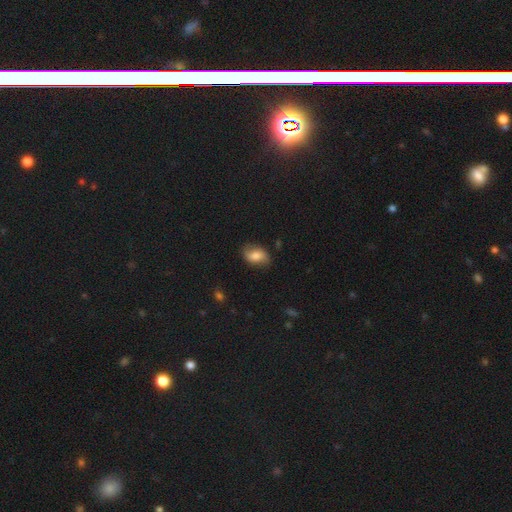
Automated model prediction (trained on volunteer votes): Smooth or featured: smooth — 71% (featured or disk — 21%)
How rounded: in between — 85% (round — 13%)
Merging: none — 73% (minor disturbance — 20%)